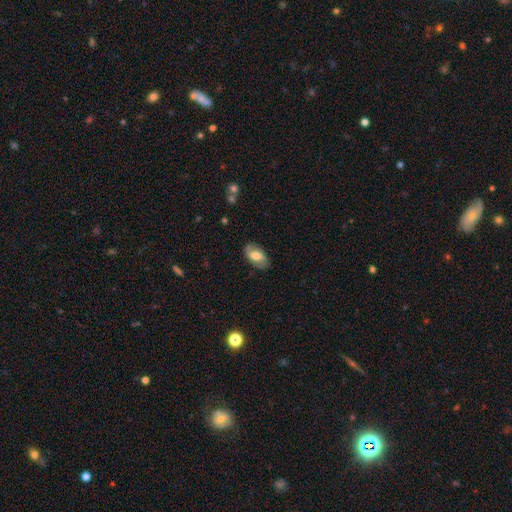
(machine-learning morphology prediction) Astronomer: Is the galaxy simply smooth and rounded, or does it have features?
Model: smooth — 49% (runner-up: featured or disk, 44%).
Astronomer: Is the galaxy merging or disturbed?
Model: none — 79%.